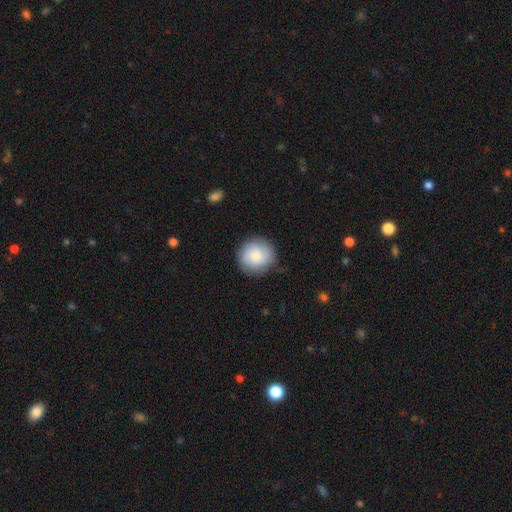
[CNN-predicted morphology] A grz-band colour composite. It shows a smooth galaxy with no disk features (64%) that is round (92%). Merging: none (83%).